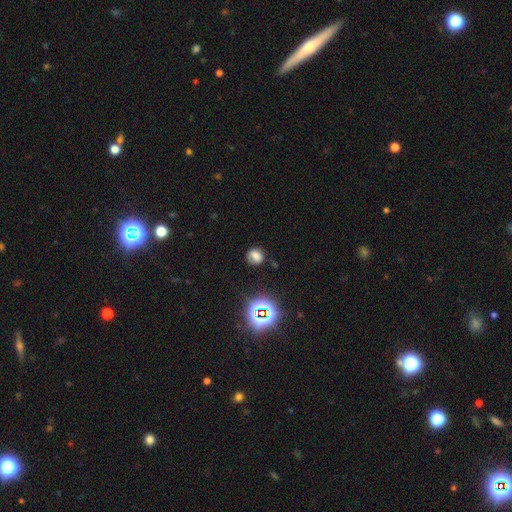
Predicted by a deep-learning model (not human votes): The model was most divided on "how rounded": round: 71%, in between: 28%, cigar-shaped: 1%. More confident: merging — none (74%); smooth or featured — smooth (67%).